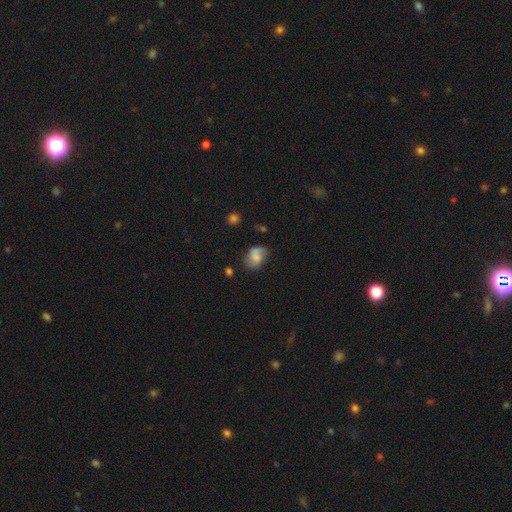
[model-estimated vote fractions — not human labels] smooth_or_featured: smooth (p=0.50) [alt: featured or disk p=0.41]
merging: none (p=0.57) [alt: minor disturbance p=0.27]